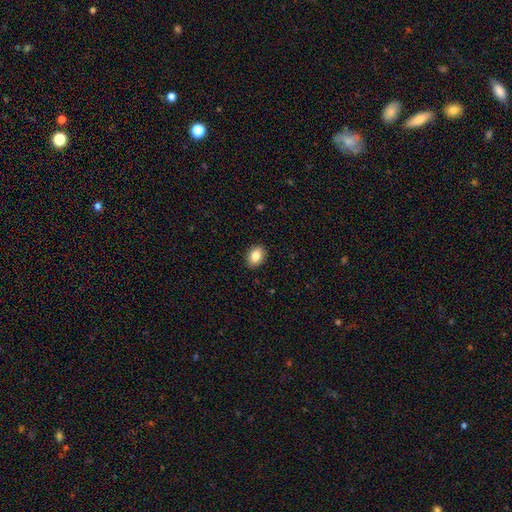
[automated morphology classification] The model was most divided on "how rounded": in between: 69%, round: 30%, cigar-shaped: 1%. More confident: merging — none (90%); smooth or featured — smooth (85%).